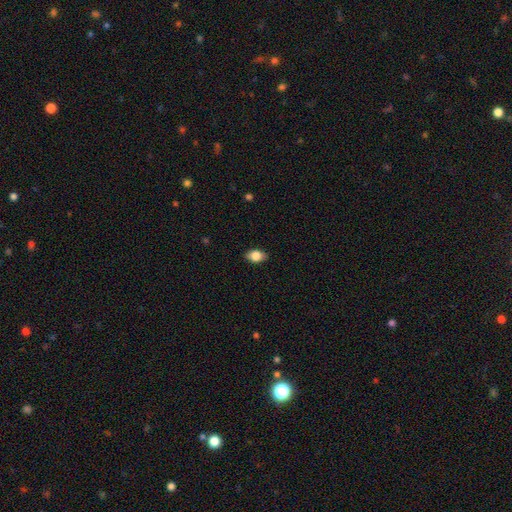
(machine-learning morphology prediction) Smooth or featured? smooth (82%)
How rounded? in between (84%)
Merging? none (85%)